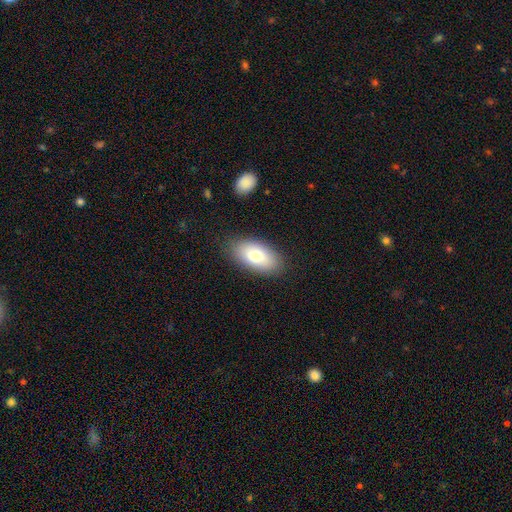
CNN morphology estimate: smooth_or_featured: smooth (p=0.76) [alt: featured or disk p=0.17]
how_rounded: in between (p=0.93) [alt: round p=0.04]
merging: none (p=0.86) [alt: minor disturbance p=0.10]